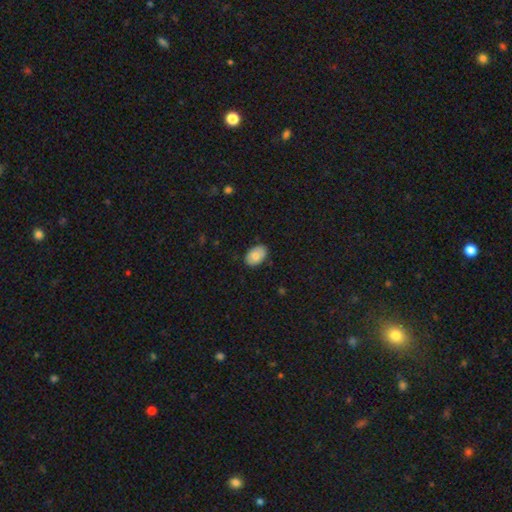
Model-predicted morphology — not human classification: Smooth or featured? smooth (73%)
How rounded? in between (88%)
Merging? none (84%)